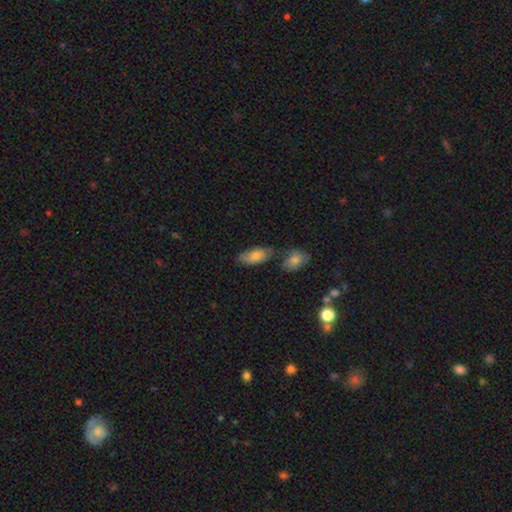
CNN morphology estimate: Smooth or featured? smooth (73%)
How rounded? in between (89%)
Merging? none (54%)